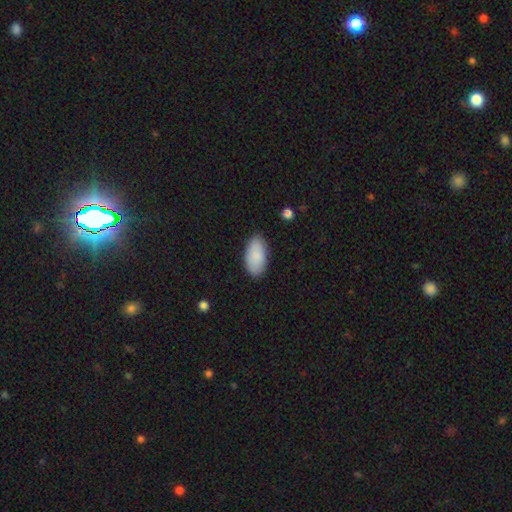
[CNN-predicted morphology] type=smooth (87%); roundness=in between (95%); merging=none (84%).